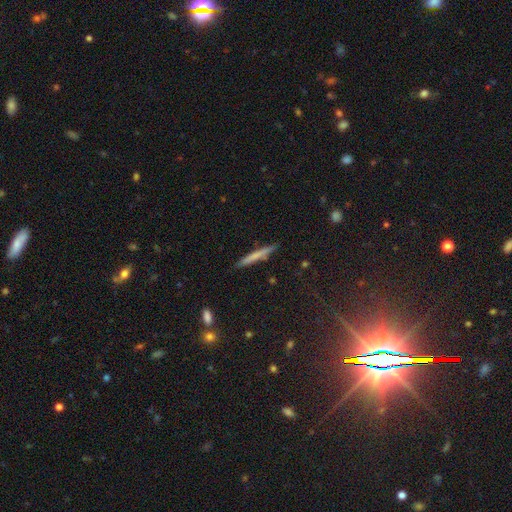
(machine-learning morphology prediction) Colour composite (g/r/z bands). It shows a smooth galaxy with no disk features (60%) that is cigar-shaped (95%). Merging: none (87%).